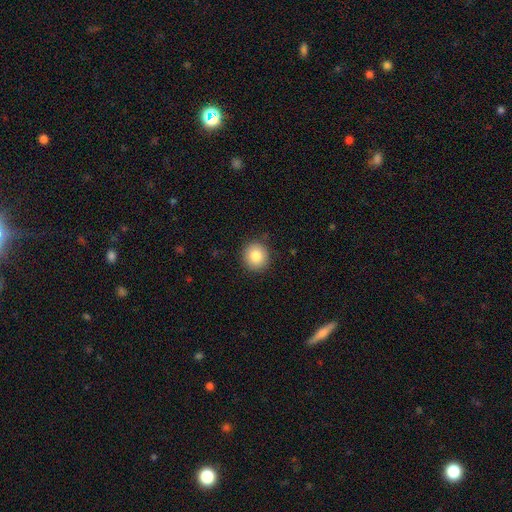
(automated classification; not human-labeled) Overall: smooth (83%). How rounded: round (90%). Merging: none (89%).